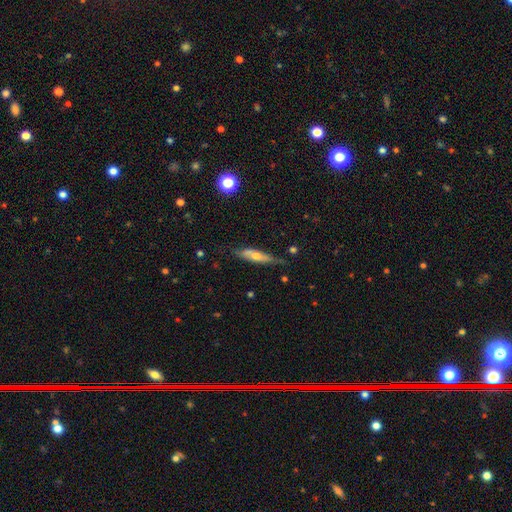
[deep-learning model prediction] This appears to be a smooth galaxy with no disk features (48%). Merging: none (60%).